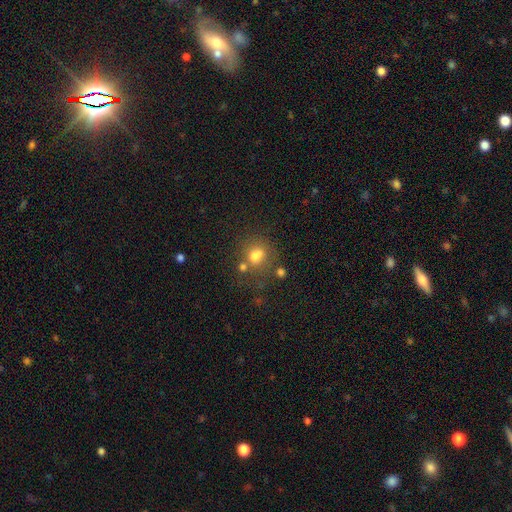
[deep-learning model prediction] This appears to be a smooth galaxy with no disk features (71%) that is round (57%). Merging: none (55%).